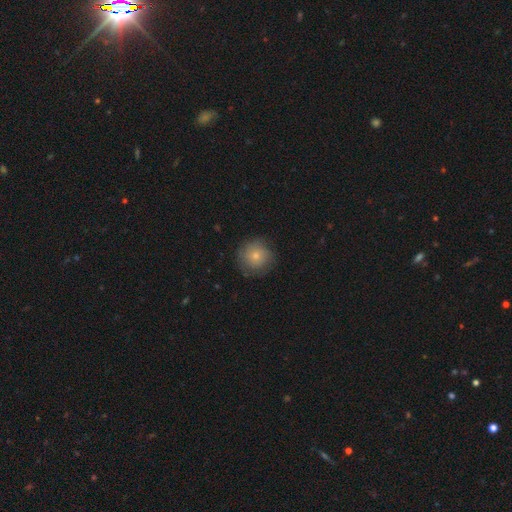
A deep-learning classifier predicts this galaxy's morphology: Smooth or featured? smooth (76%)
How rounded? round (93%)
Merging? none (82%)